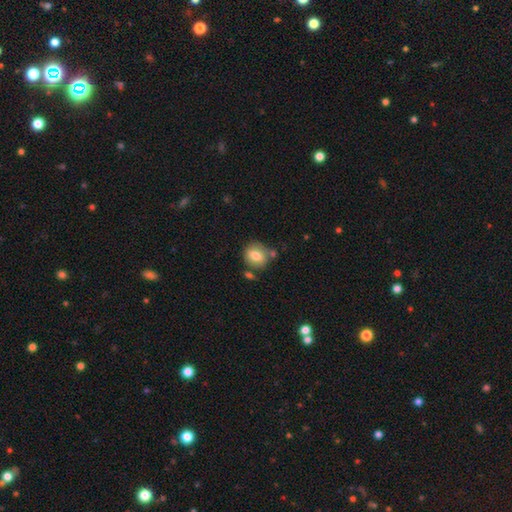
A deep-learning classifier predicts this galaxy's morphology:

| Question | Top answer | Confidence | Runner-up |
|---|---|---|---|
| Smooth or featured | smooth | 75% | featured or disk (17%) |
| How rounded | round | 69% | in between (30%) |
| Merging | none | 67% | minor disturbance (16%) |